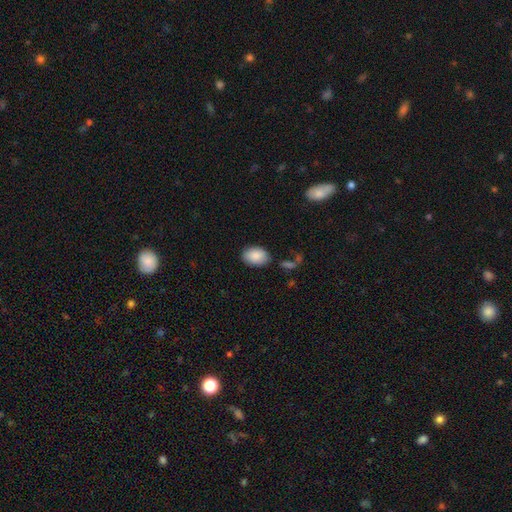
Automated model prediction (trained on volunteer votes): Morphology: type=smooth (88%); roundness=in between (86%); merging=none (79%).